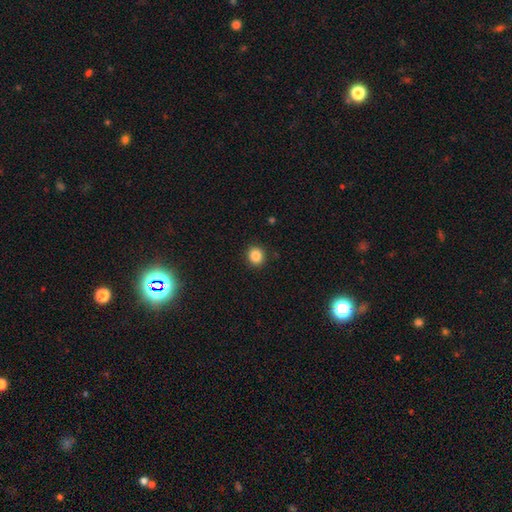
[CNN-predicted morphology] The model was most divided on "how rounded": round: 82%, in between: 17%, cigar-shaped: 1%. More confident: merging — none (91%); smooth or featured — smooth (85%).